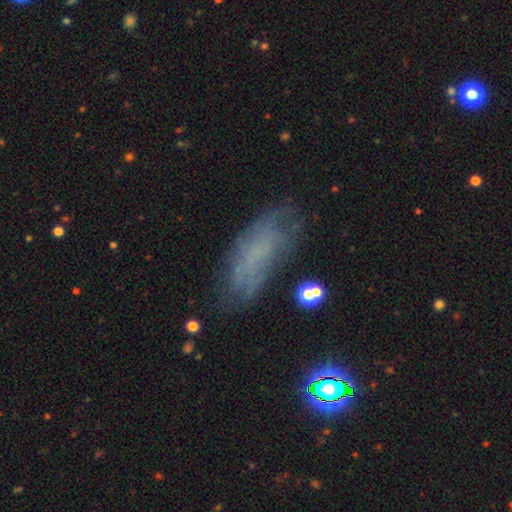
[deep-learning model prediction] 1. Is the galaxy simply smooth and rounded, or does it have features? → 50% smooth, 34% featured or disk, 16% star or artifact.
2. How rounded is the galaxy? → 73% in between, 24% cigar-shaped, 3% round.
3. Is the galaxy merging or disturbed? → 65% none, 22% minor disturbance, 10% major disturbance, 2% merger.